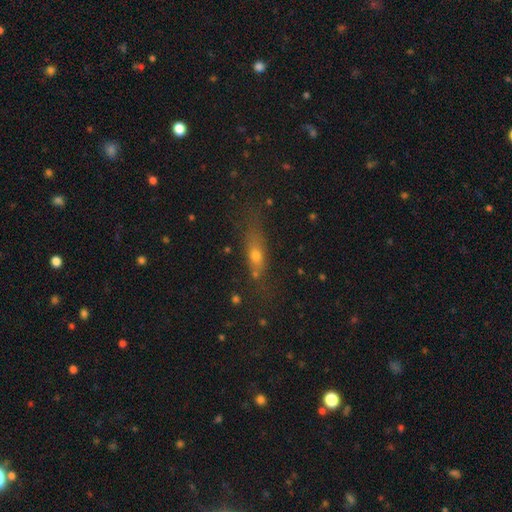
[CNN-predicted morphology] smooth 57%, featured or disk 27%, star or artifact 16%. Down the decision tree: how rounded — cigar-shaped (52%); merging — none (61%).